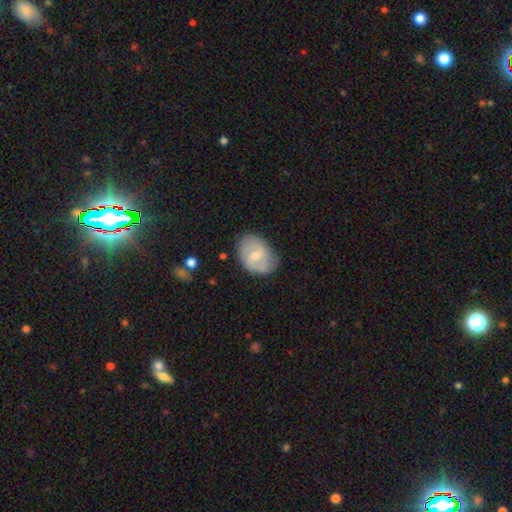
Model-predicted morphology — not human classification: featured or disk 61%, smooth 33%, star or artifact 6%. Down the decision tree: edge-on disk — no (97%); bar — weak (57%); spiral arms — yes (82%); bulge size — small (51%); merging — none (71%).